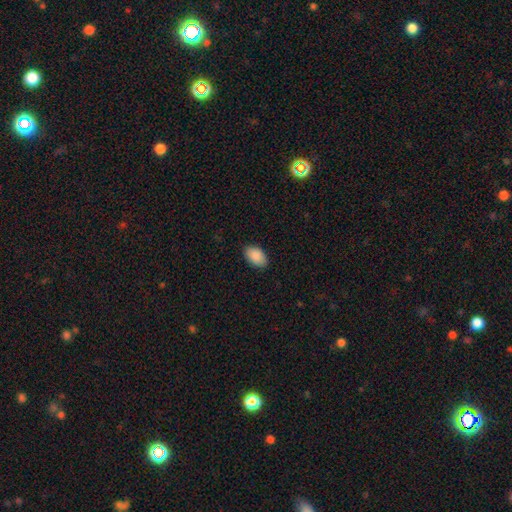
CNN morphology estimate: This appears to be a smooth galaxy with no disk features (90%) that is in between round and cigar-shaped (92%). Merging: none (86%).